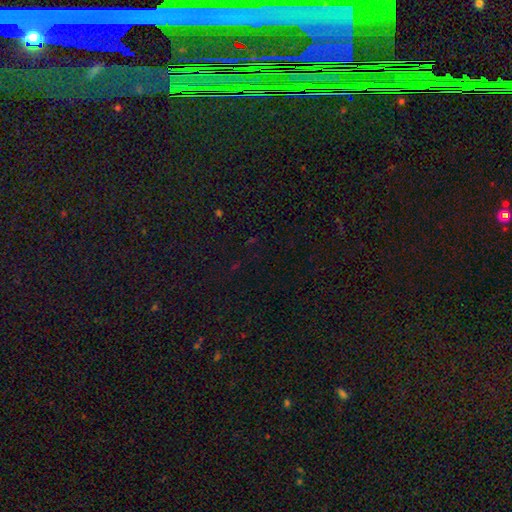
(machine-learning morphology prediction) smooth-or-featured: star or artifact: 68% | smooth: 24% | featured or disk: 9%